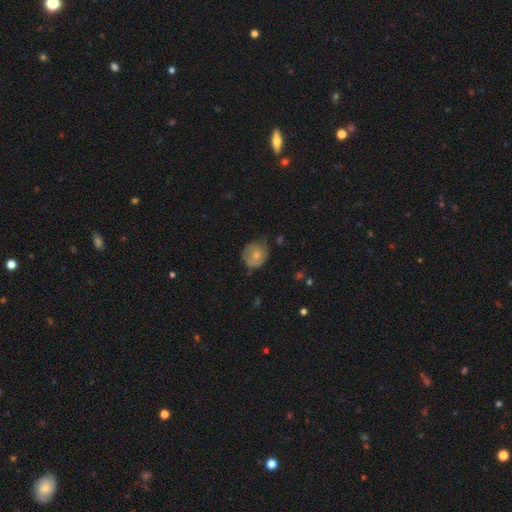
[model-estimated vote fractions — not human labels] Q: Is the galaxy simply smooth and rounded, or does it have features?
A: smooth — 68%.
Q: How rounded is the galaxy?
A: round — 79%.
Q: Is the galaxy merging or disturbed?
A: none — 48%.